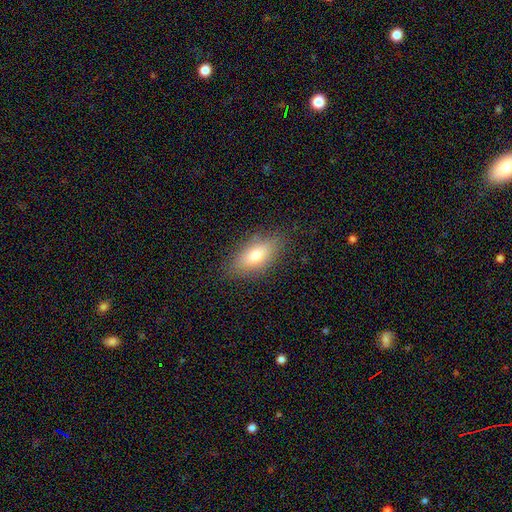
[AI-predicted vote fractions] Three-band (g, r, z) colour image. It shows a smooth galaxy with no disk features (72%) that is in between round and cigar-shaped (81%). Merging: none (82%).